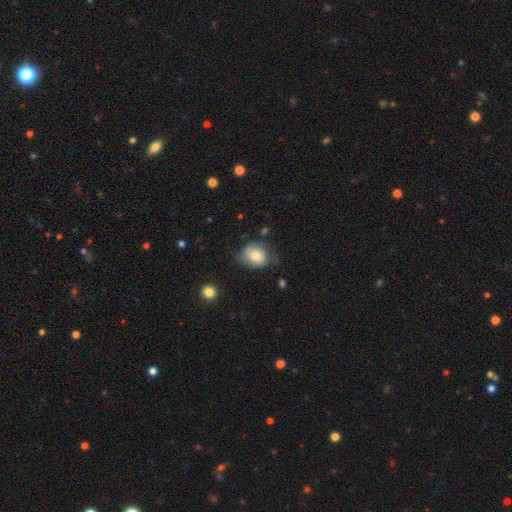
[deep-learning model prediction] smooth_or_featured: smooth (p=0.56) [alt: featured or disk p=0.36]
how_rounded: round (p=0.52) [alt: in between p=0.47]
merging: none (p=0.52) [alt: minor disturbance p=0.32]